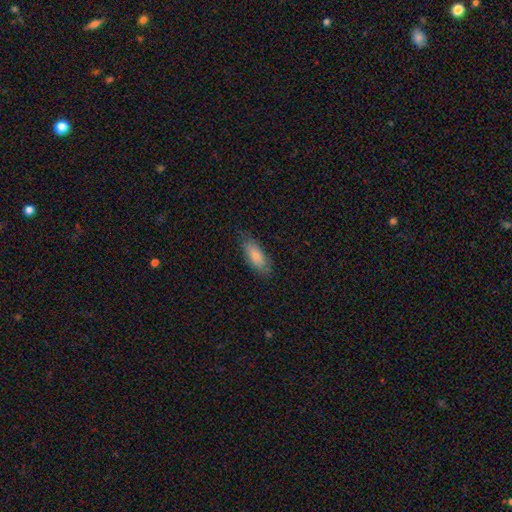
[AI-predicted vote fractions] A smooth galaxy with no disk features (83%) that is in between round and cigar-shaped (75%). Merging: none (81%).